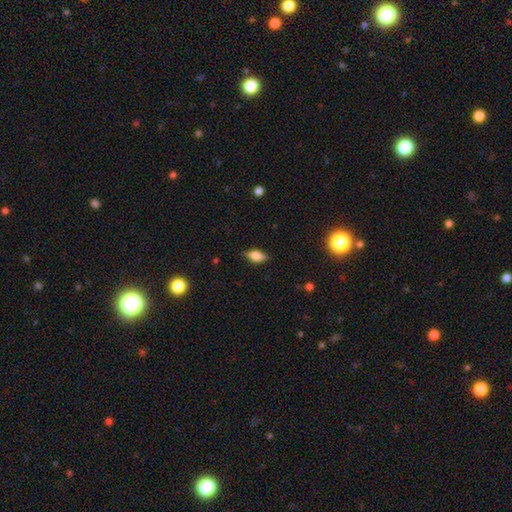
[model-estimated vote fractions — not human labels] Smooth or featured?
  - smooth: 61% *
  - featured or disk: 29%
  - star or artifact: 10%
How rounded?
  - in between: 81% *
  - cigar-shaped: 13%
  - round: 6%
Merging?
  - none: 82% *
  - minor disturbance: 14%
  - major disturbance: 3%
  - merger: 1%